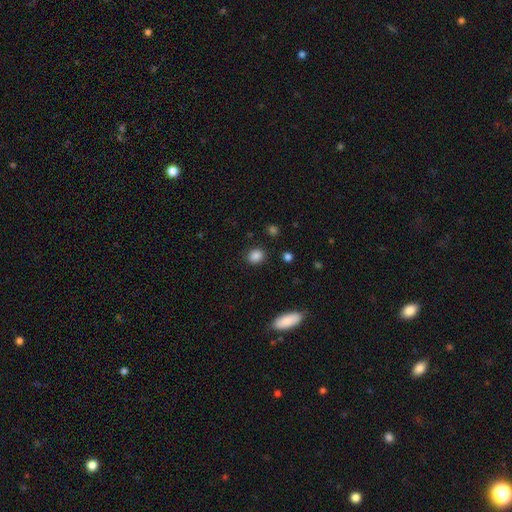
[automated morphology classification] The model was most divided on "how rounded": round: 56%, in between: 42%, cigar-shaped: 1%. More confident: merging — none (87%); smooth or featured — smooth (86%).